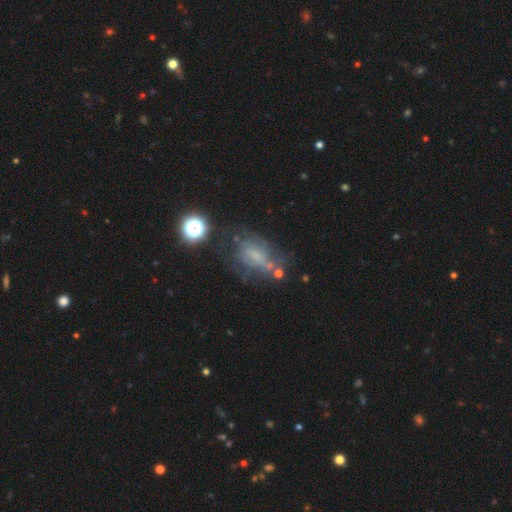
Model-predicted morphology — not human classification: type=featured or disk (47%); merging=none (47%).